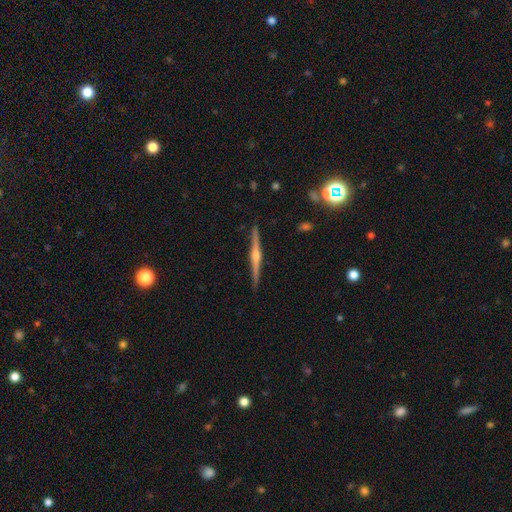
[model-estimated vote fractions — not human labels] Smooth or featured? featured or disk (83%)
Edge-on disk? yes (99%)
Edge-on bulge? rounded (92%)
Merging? none (91%)